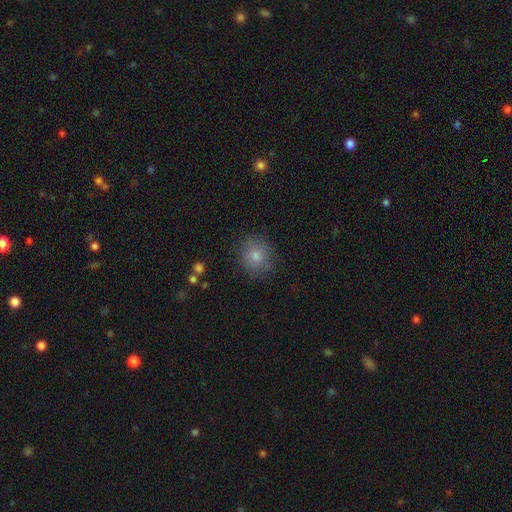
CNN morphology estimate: This appears to be a smooth galaxy with no disk features (77%) that is round (82%). Merging: none (86%).